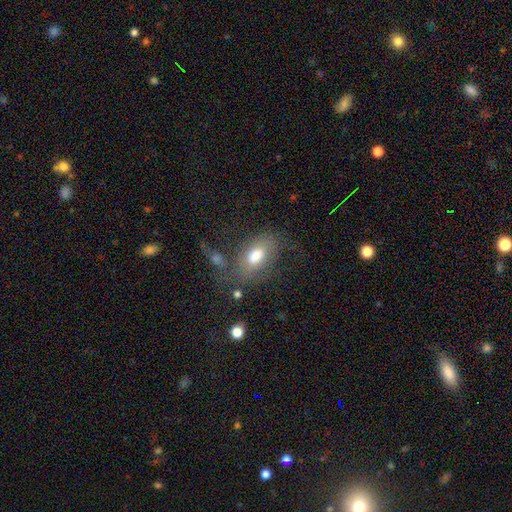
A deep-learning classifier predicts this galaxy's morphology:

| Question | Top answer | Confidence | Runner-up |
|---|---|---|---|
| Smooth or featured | smooth | 67% | featured or disk (25%) |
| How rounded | in between | 89% | round (8%) |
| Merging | none | 55% | minor disturbance (21%) |